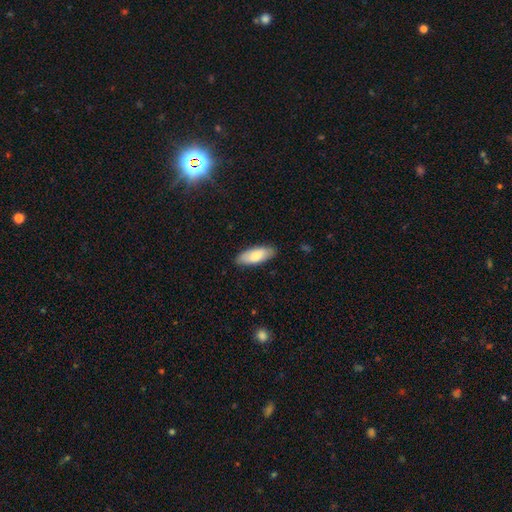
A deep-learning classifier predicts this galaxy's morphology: This is likely a smooth galaxy (79%). How rounded: likely in between (77%). Merging: clearly none (86%).